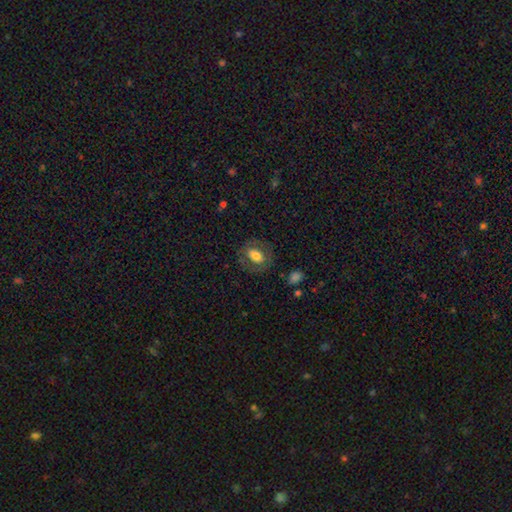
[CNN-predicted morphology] smooth 63%, featured or disk 29%, star or artifact 8%. Down the decision tree: how rounded — in between (64%); merging — none (77%).